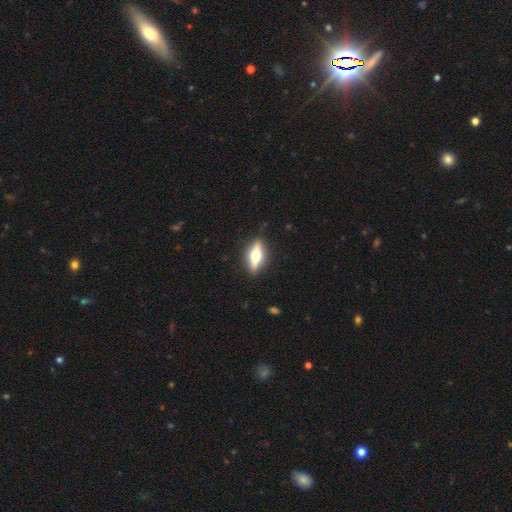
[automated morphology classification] type=featured or disk (57%); edge-on=yes (90%); edge-on bulge=rounded (95%); merging=none (88%).